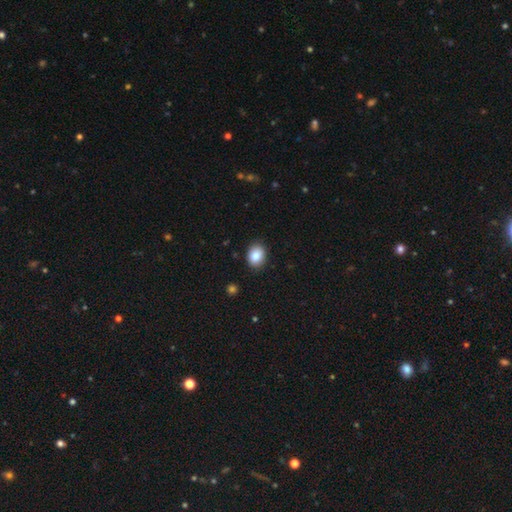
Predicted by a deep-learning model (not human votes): A smooth galaxy with no disk features (86%) that is in between round and cigar-shaped (64%). Merging: none (88%).